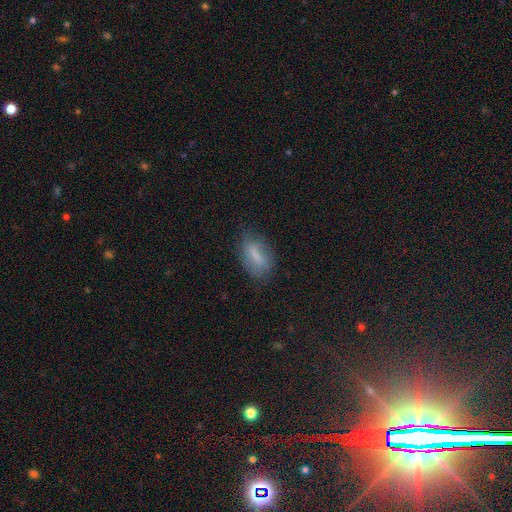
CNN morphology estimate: Q: Smooth or featured?
A: smooth (69%); runner-up: featured or disk (21%)
Q: How rounded?
A: in between (82%); runner-up: cigar-shaped (11%)
Q: Merging?
A: none (65%); runner-up: minor disturbance (25%)